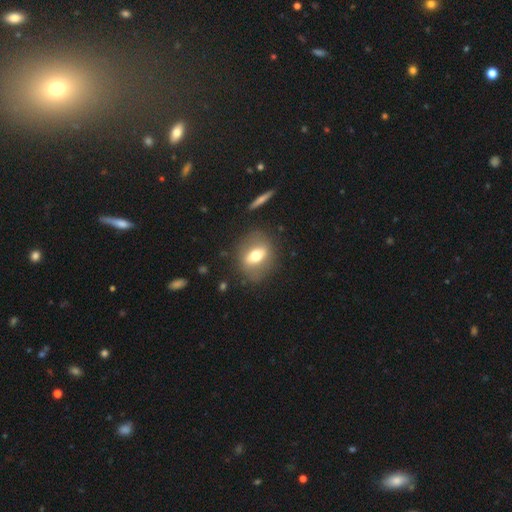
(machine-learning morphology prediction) type=smooth (54%); roundness=in between (58%); merging=none (80%).